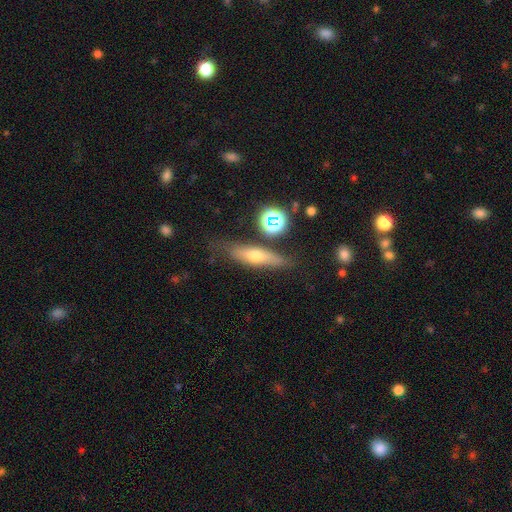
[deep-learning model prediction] Smooth or featured? Predicted: smooth (p=0.46). Merging? Predicted: none (p=0.74).